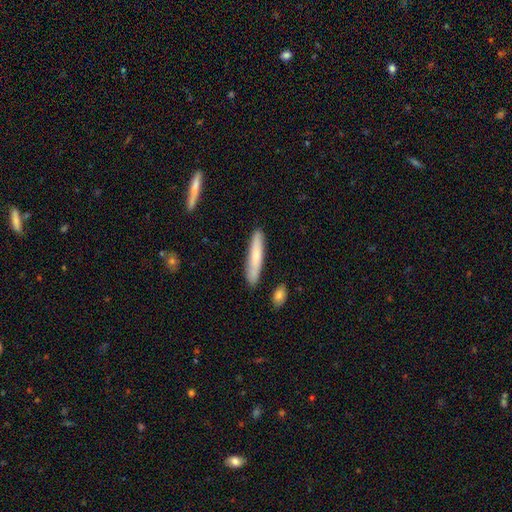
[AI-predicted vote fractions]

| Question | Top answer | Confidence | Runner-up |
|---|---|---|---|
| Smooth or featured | smooth | 70% | featured or disk (25%) |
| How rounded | cigar-shaped | 91% | in between (8%) |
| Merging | none | 87% | minor disturbance (9%) |